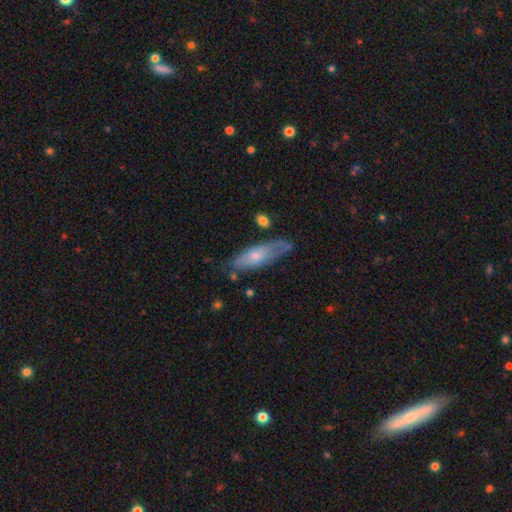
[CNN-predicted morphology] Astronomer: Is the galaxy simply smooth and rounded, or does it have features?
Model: smooth — 58% (runner-up: featured or disk, 36%).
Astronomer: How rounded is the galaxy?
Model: in between — 59% (runner-up: cigar-shaped, 39%).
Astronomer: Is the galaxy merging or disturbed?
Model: none — 54% (runner-up: minor disturbance, 30%).